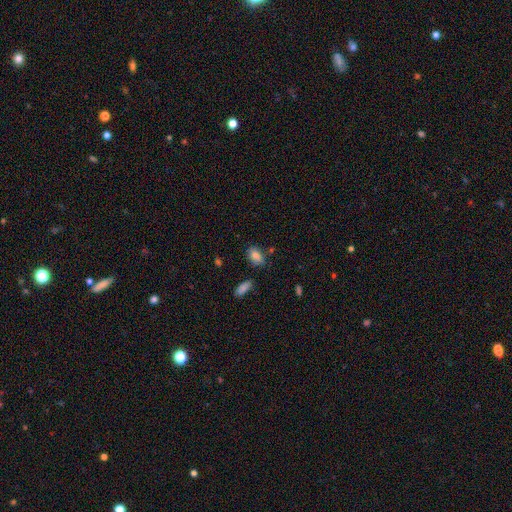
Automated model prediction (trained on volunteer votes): smooth-or-featured: smooth: 79% | featured or disk: 12% | star or artifact: 9%
  how-rounded: in between: 86% | round: 11% | cigar-shaped: 3%
  merging: none: 74% | minor disturbance: 17% | merger: 5% | major disturbance: 4%